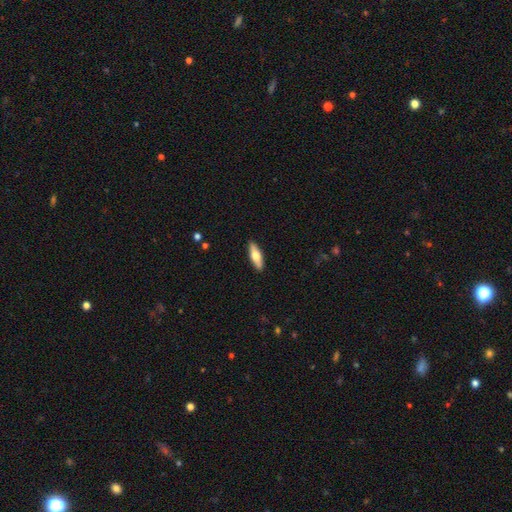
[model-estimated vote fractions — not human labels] This appears to be a smooth galaxy with no disk features (61%) that is cigar-shaped (53%). Merging: none (90%).